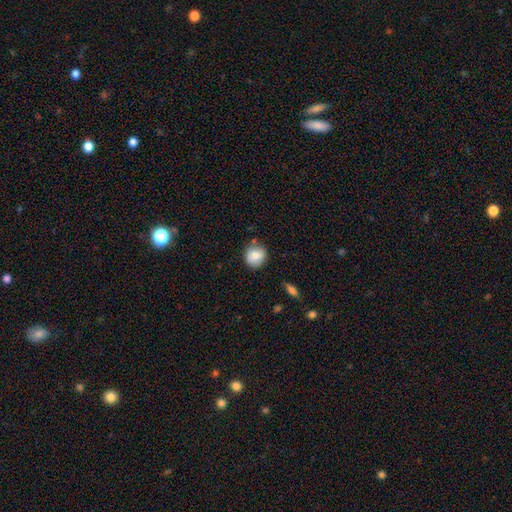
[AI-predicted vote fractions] This is clearly a smooth galaxy (80%). How rounded: clearly round (88%). Merging: likely none (77%).